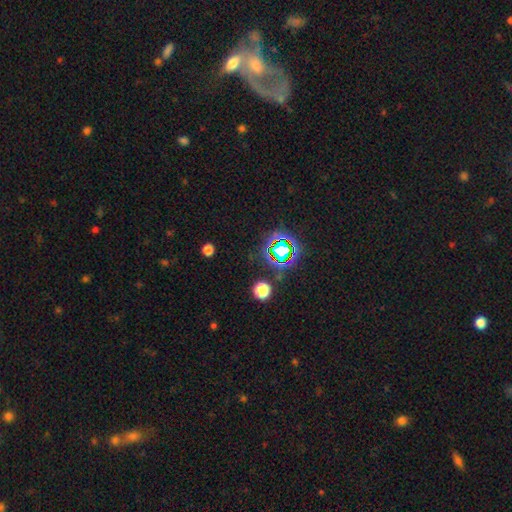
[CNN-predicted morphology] Smooth or featured? Predicted: star or artifact (p=0.75).